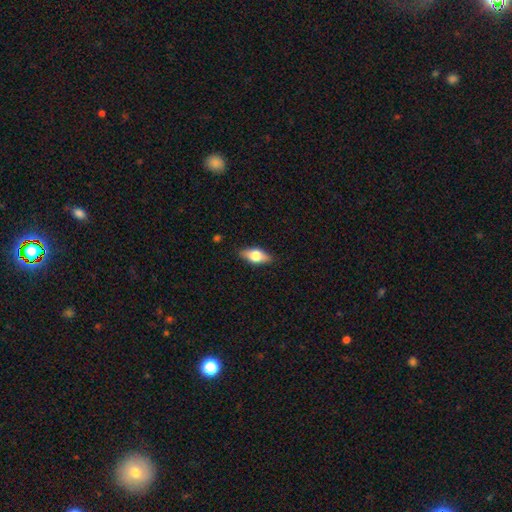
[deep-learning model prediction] Smooth or featured? smooth (62%)
How rounded? in between (83%)
Merging? none (85%)